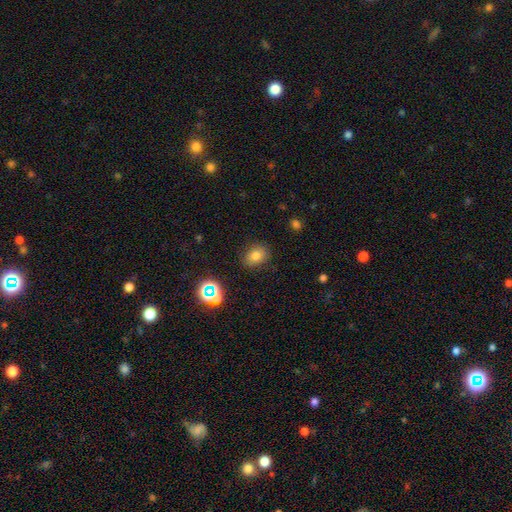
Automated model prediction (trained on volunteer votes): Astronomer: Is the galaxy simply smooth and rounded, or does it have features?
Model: smooth — 76%.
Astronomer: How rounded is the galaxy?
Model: in between — 53% (runner-up: round, 46%).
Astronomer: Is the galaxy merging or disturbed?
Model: none — 83%.